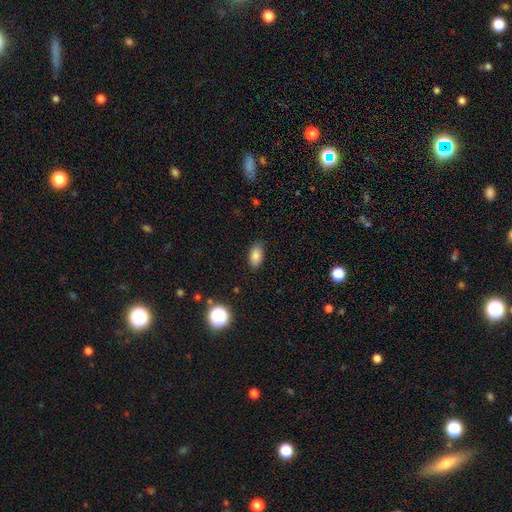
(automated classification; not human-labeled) Morphology: type=smooth (83%); roundness=in between (92%); merging=none (84%).